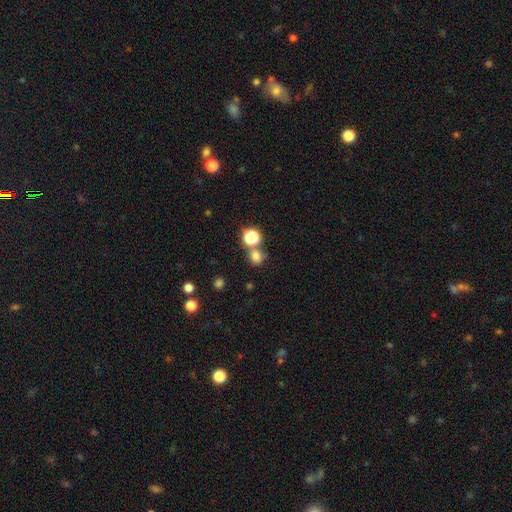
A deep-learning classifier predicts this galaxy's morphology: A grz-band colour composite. It shows a smooth galaxy with no disk features (72%) that is round (76%). Merging: none (61%).